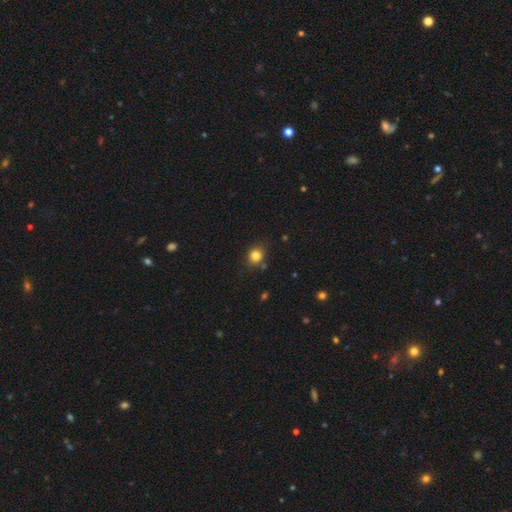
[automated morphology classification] A smooth galaxy with no disk features (83%) that is round (76%). Merging: none (79%).